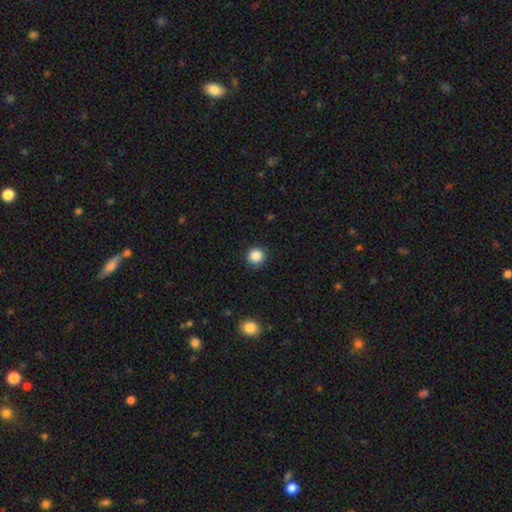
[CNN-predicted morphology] A smooth galaxy with no disk features (87%) that is round (93%).

Vote fractions:
- Smooth or featured? smooth: 87% / star or artifact: 10% / featured or disk: 3%
- How rounded? round: 93% / in between: 6% / cigar-shaped: 1%
- Merging? none: 90% / minor disturbance: 6% / major disturbance: 2% / merger: 1%